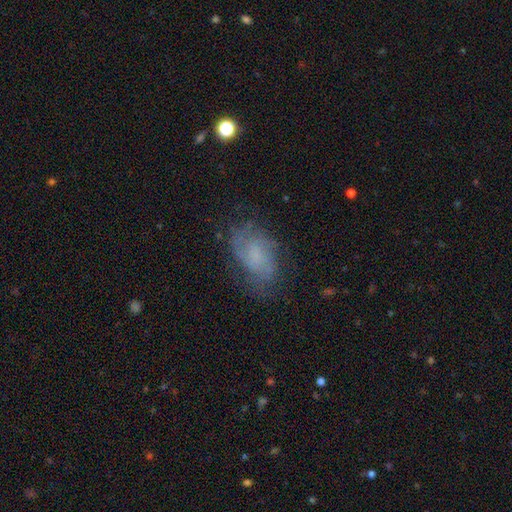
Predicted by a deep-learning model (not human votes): Morphology: type=featured or disk (48%); merging=none (62%).